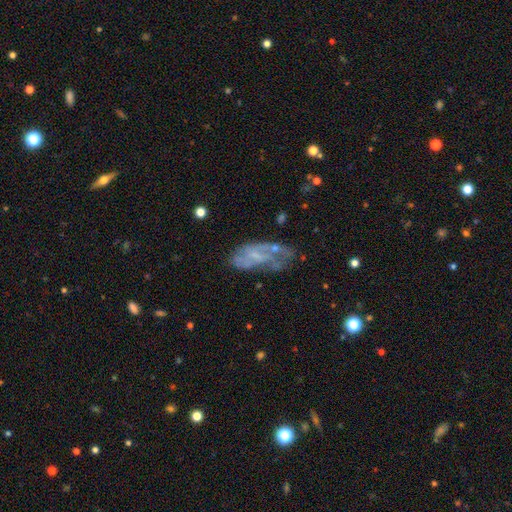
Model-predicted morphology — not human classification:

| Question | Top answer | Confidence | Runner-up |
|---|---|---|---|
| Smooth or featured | featured or disk | 64% | smooth (26%) |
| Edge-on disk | no | 93% | yes (7%) |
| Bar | no | 60% | weak (31%) |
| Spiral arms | yes | 56% | no (44%) |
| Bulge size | none | 52% | small (33%) |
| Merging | none | 39% | major disturbance (28%) |